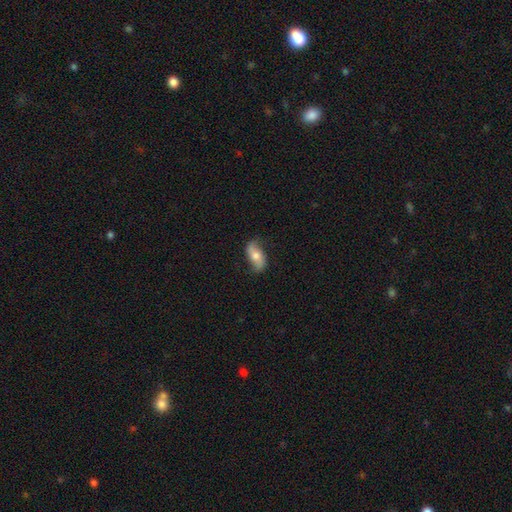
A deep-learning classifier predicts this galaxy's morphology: This appears to be a featured or disk galaxy (50%). Merging: none (76%).